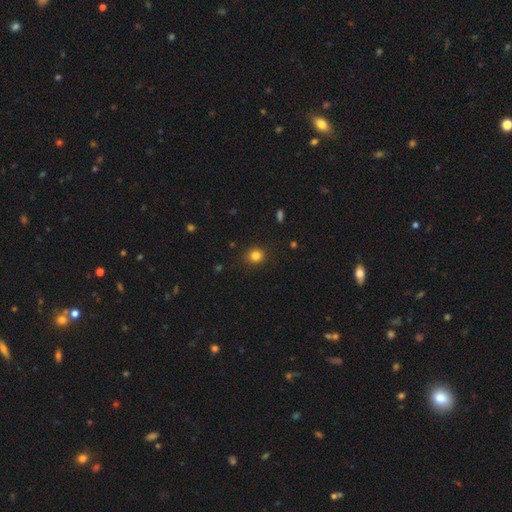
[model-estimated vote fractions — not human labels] Q: Smooth or featured?
A: smooth (82%); runner-up: star or artifact (13%)
Q: How rounded?
A: round (86%); runner-up: in between (13%)
Q: Merging?
A: none (90%); runner-up: minor disturbance (7%)